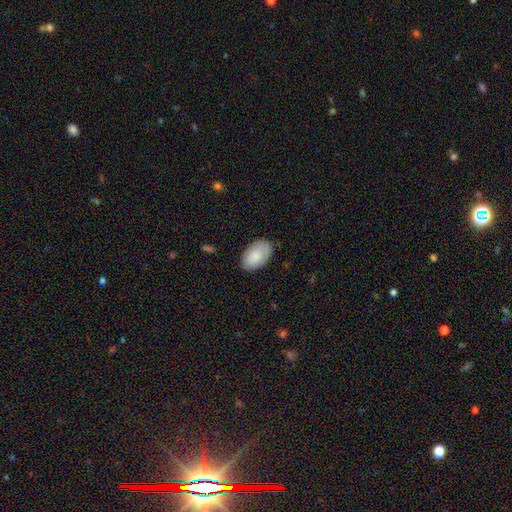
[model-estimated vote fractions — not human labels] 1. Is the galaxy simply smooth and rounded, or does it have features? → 86% smooth, 9% featured or disk, 6% star or artifact.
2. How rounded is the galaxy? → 95% in between, 4% round, 1% cigar-shaped.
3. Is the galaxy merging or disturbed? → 84% none, 13% minor disturbance, 3% major disturbance, 1% merger.